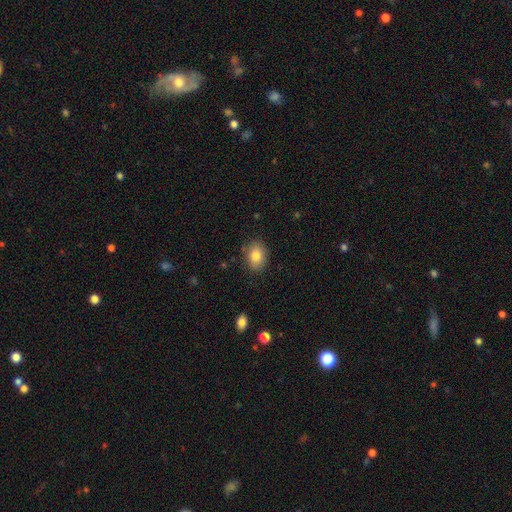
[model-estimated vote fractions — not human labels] Q: Smooth or featured?
A: smooth (84%); runner-up: star or artifact (8%)
Q: How rounded?
A: in between (69%); runner-up: round (30%)
Q: Merging?
A: none (84%); runner-up: minor disturbance (12%)